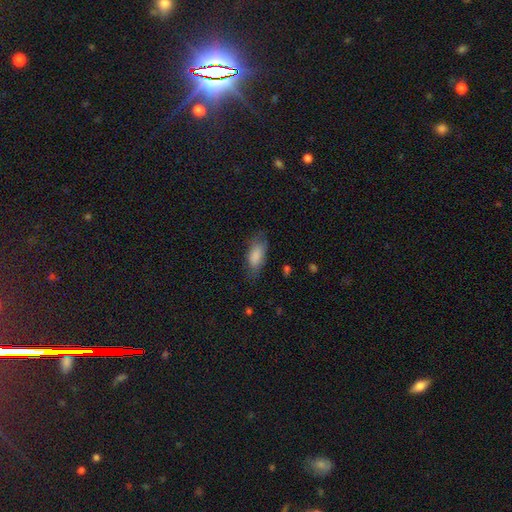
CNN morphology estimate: smooth-or-featured: smooth: 84% | featured or disk: 9% | star or artifact: 7%
  how-rounded: in between: 84% | cigar-shaped: 13% | round: 3%
  merging: none: 65% | minor disturbance: 24% | major disturbance: 9% | merger: 1%